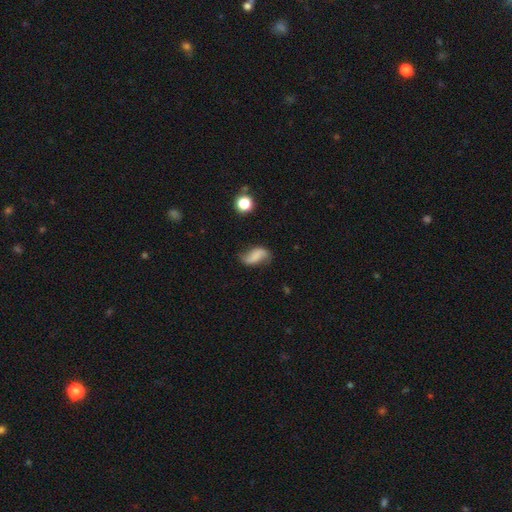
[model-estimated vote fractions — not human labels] Q: Smooth or featured?
A: featured or disk (50%); runner-up: smooth (40%)
Q: Merging?
A: none (63%); runner-up: minor disturbance (25%)